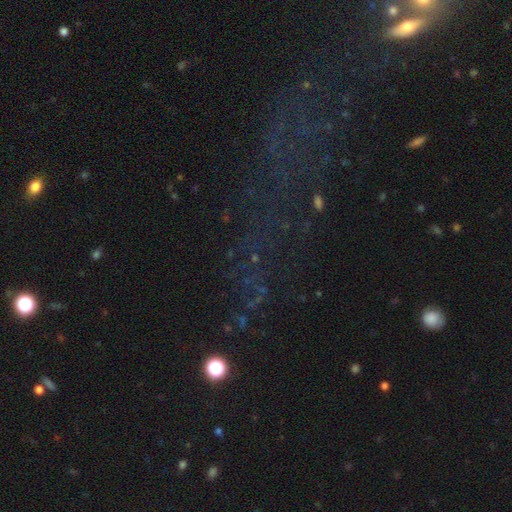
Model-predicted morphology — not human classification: Q: Smooth or featured?
A: star or artifact (63%); runner-up: smooth (18%)